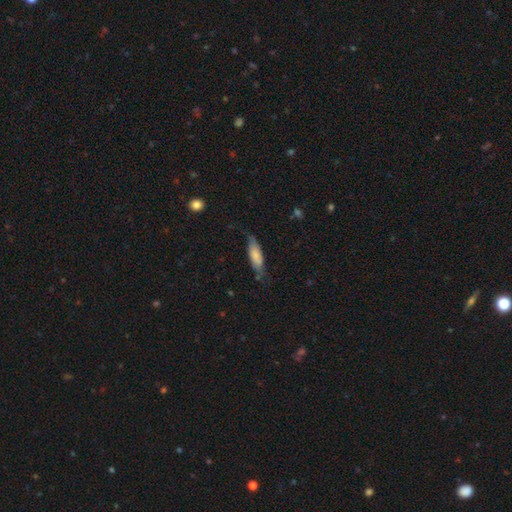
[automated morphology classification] This is likely a smooth galaxy (74%). How rounded: possibly in between (52%). Merging: likely none (62%).